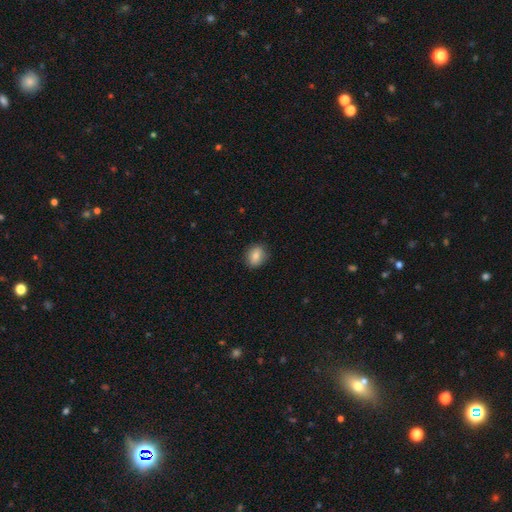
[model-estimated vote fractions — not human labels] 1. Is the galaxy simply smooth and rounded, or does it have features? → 81% smooth, 11% featured or disk, 9% star or artifact.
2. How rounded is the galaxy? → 53% round, 45% in between, 1% cigar-shaped.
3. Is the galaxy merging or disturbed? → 85% none, 11% minor disturbance, 2% major disturbance, 1% merger.